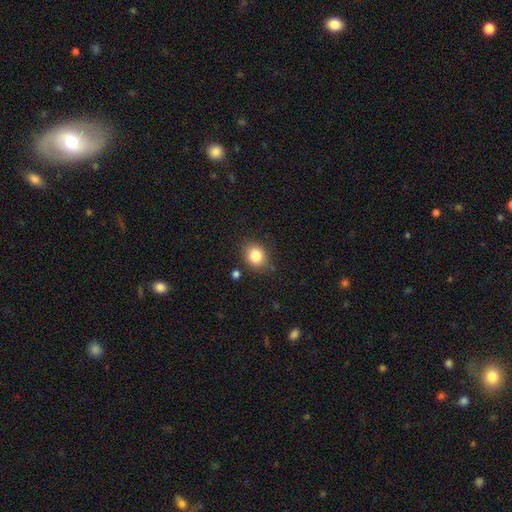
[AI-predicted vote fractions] Smooth or featured?
  - smooth: 84% *
  - star or artifact: 10%
  - featured or disk: 6%
How rounded?
  - round: 64% *
  - in between: 35%
  - cigar-shaped: 1%
Merging?
  - none: 80% *
  - minor disturbance: 13%
  - merger: 4%
  - major disturbance: 3%